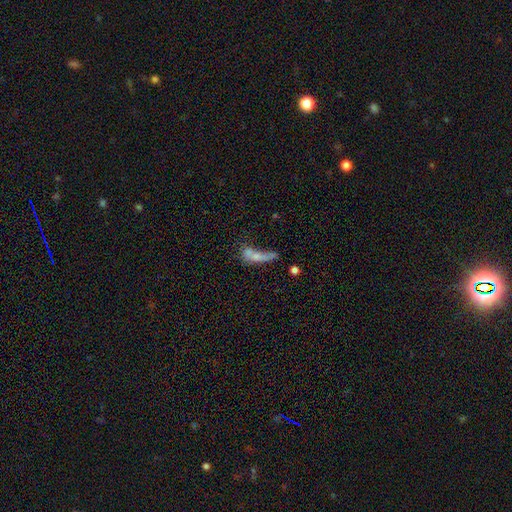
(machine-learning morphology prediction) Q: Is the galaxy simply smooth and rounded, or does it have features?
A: smooth — 56%.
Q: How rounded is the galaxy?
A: cigar-shaped — 51%.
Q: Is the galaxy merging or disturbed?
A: merger — 34%.